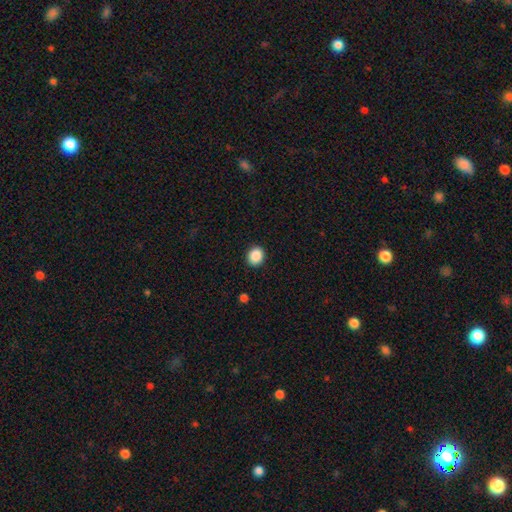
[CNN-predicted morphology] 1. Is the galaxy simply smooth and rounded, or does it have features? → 89% smooth, 9% star or artifact, 3% featured or disk.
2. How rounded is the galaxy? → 72% round, 27% in between, 1% cigar-shaped.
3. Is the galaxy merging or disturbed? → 91% none, 6% minor disturbance, 2% major disturbance, 1% merger.